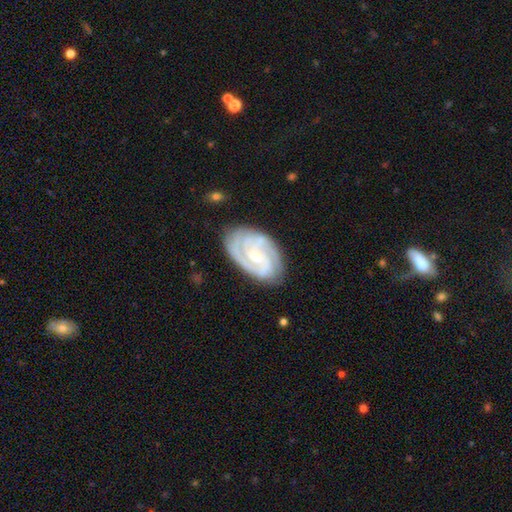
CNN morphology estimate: This is clearly a featured or disk galaxy (88%). It is clearly not viewed edge-on (97%). Bar: possibly no (54%). Spiral arm pattern: clearly yes (98%). Spiral arm count: marginally 2 (38%). Spiral winding: likely tight (64%). Central bulge: possibly small (58%). Merging: likely none (78%).